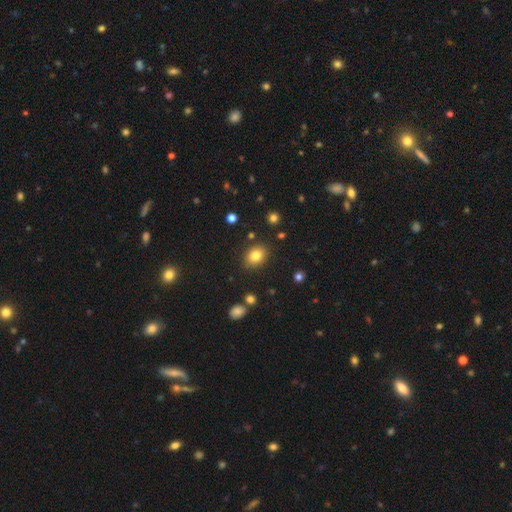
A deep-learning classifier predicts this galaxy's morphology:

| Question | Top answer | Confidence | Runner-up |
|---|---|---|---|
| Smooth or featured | smooth | 81% | star or artifact (11%) |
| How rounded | in between | 59% | round (40%) |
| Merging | none | 84% | minor disturbance (10%) |